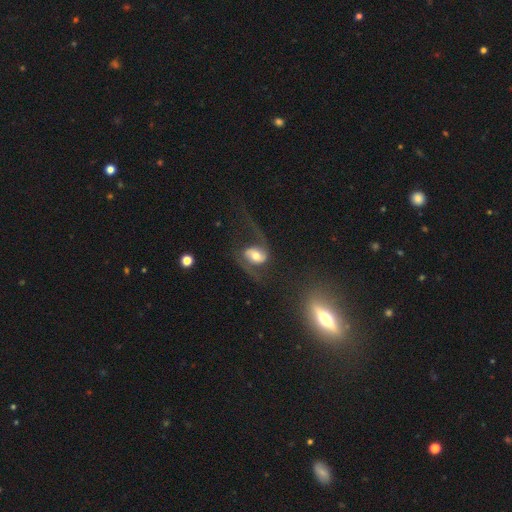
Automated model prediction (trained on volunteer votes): Q: Smooth or featured?
A: featured or disk (77%); runner-up: smooth (16%)
Q: Edge-on disk?
A: no (96%); runner-up: yes (4%)
Q: Bar?
A: weak (40%); runner-up: no (38%)
Q: Spiral arms?
A: yes (92%); runner-up: no (8%)
Q: Spiral winding?
A: loose (67%); runner-up: medium (27%)
Q: Spiral arm count?
A: 2 (87%); runner-up: 1 (7%)
Q: Bulge size?
A: moderate (58%); runner-up: large (21%)
Q: Merging?
A: none (48%); runner-up: major disturbance (34%)